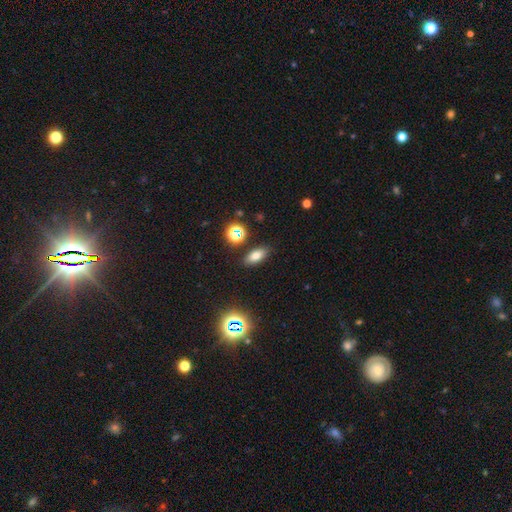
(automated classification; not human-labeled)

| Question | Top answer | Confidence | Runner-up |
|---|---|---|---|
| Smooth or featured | smooth | 73% | star or artifact (17%) |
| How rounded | in between | 80% | cigar-shaped (12%) |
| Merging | none | 85% | minor disturbance (9%) |